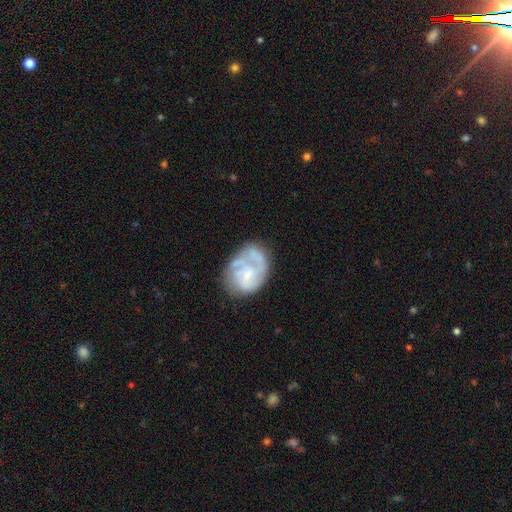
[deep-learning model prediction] featured or disk 66%, smooth 27%, star or artifact 7%. Down the decision tree: edge-on disk — no (98%); bar — no (61%); spiral arms — yes (71%); bulge size — small (44%); merging — none (48%).